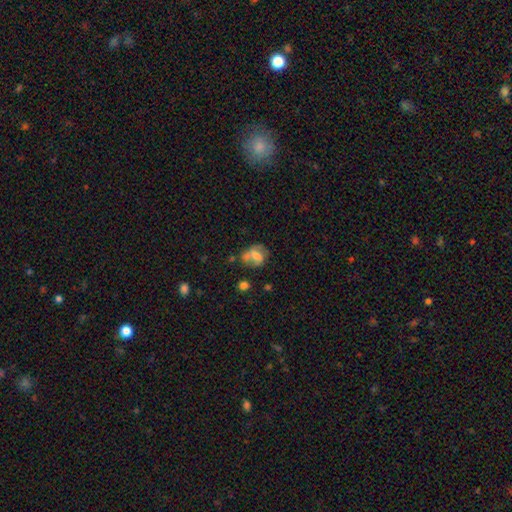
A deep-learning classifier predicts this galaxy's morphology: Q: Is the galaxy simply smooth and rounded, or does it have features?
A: smooth — 56%.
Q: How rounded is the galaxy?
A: in between — 49%, tied with round.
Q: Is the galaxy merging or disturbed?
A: none — 39%.